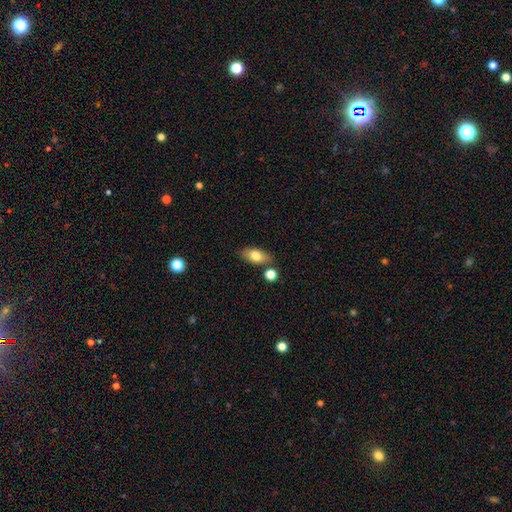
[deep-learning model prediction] Overall: smooth (77%). How rounded: in between (86%). Merging: none (76%).